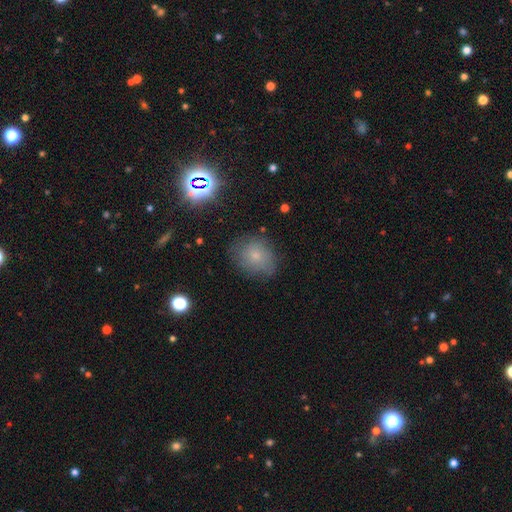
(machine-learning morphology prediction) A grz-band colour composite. It shows a smooth galaxy with no disk features (65%) that is round (57%). Merging: none (73%).